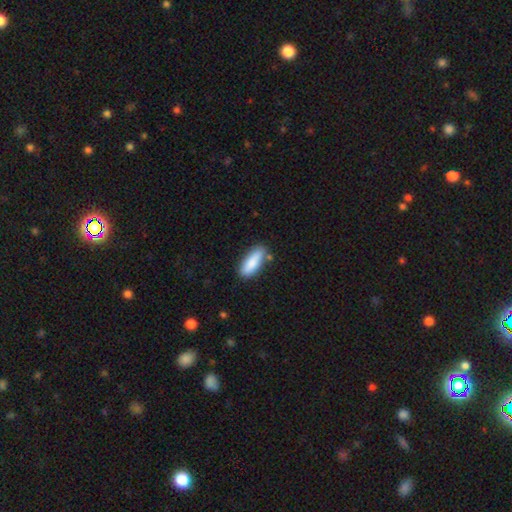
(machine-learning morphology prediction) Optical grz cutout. It shows a smooth galaxy with no disk features (85%) that is in between round and cigar-shaped (59%). Merging: none (78%).